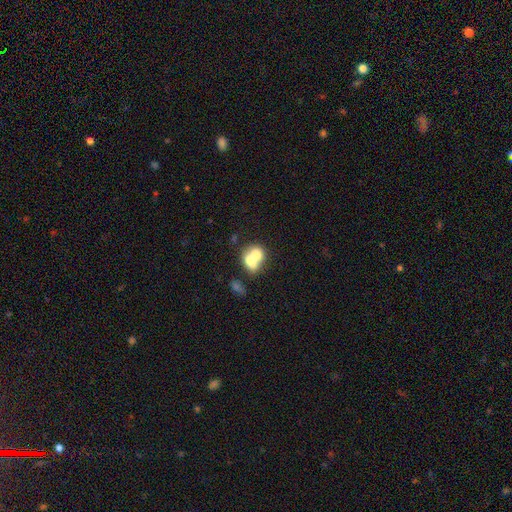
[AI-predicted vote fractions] smooth-or-featured: smooth: 66% | featured or disk: 24% | star or artifact: 9%
  how-rounded: in between: 55% | round: 44% | cigar-shaped: 1%
  merging: merger: 69% | none: 20% | minor disturbance: 6% | major disturbance: 5%